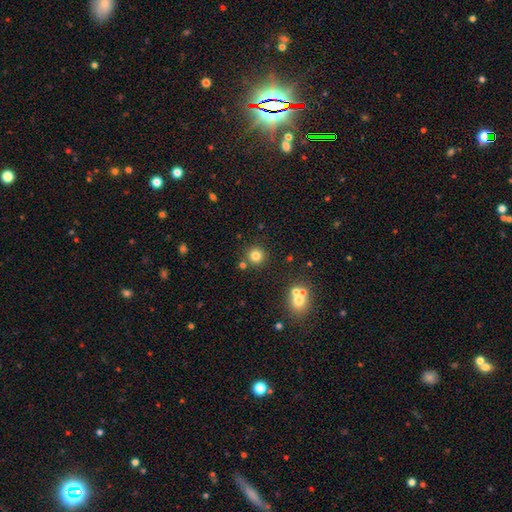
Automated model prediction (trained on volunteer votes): smooth 79%, star or artifact 14%, featured or disk 7%. Down the decision tree: how rounded — round (95%); merging — none (82%).